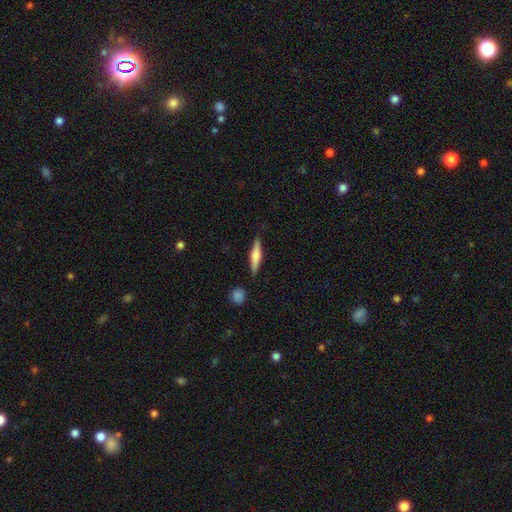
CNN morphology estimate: smooth 52%, featured or disk 42%, star or artifact 6%. Down the decision tree: how rounded — cigar-shaped (82%); merging — none (87%).